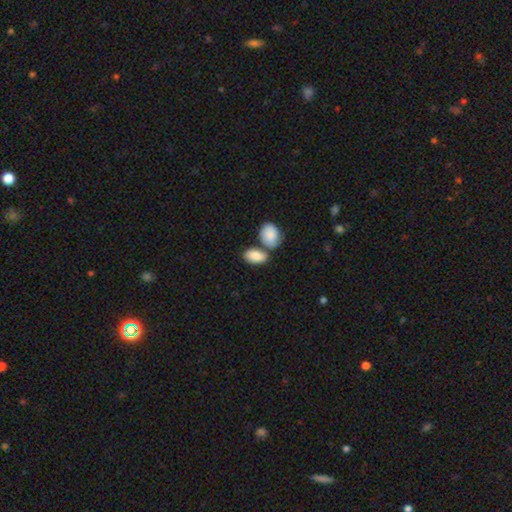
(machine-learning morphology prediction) Smooth or featured? Predicted: smooth (p=0.86). How rounded? Predicted: in between (p=0.91). Merging? Predicted: none (p=0.44).